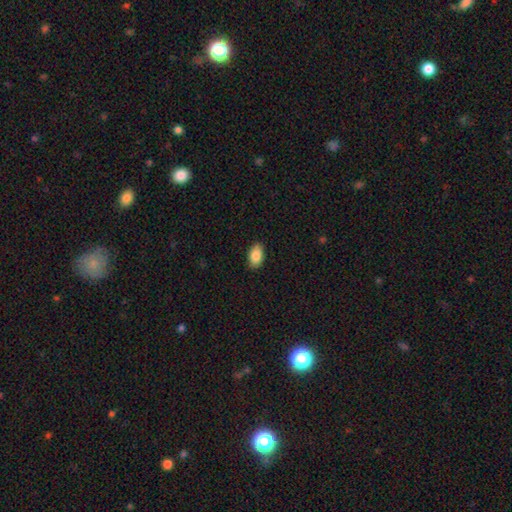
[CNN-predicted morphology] Overall: smooth (86%). How rounded: in between (92%). Merging: none (88%).